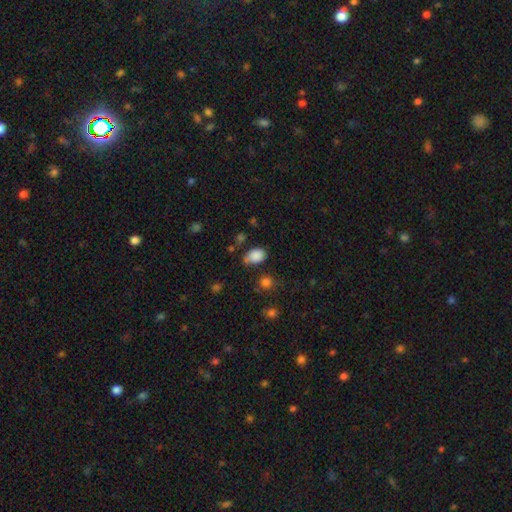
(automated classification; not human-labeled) smooth-or-featured: smooth: 85% | star or artifact: 10% | featured or disk: 5%
  how-rounded: in between: 68% | round: 31% | cigar-shaped: 1%
  merging: none: 58% | minor disturbance: 27% | merger: 8% | major disturbance: 8%